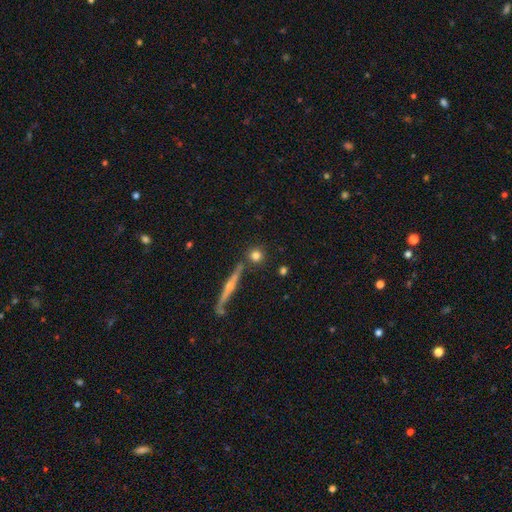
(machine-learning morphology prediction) This is likely a smooth galaxy (75%). How rounded: clearly round (90%). Merging: likely none (79%).